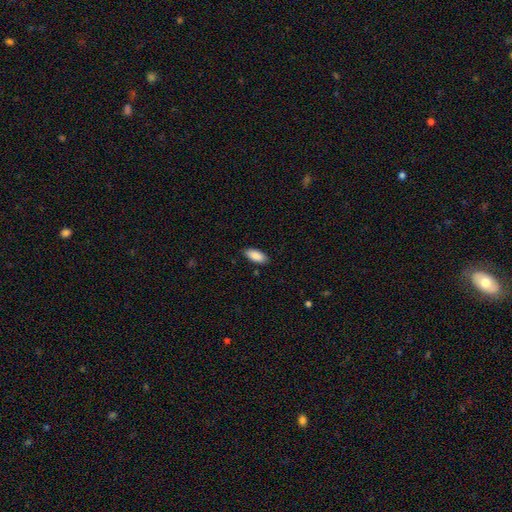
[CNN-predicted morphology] This is clearly a smooth galaxy (89%). How rounded: clearly in between (89%). Merging: clearly none (87%).